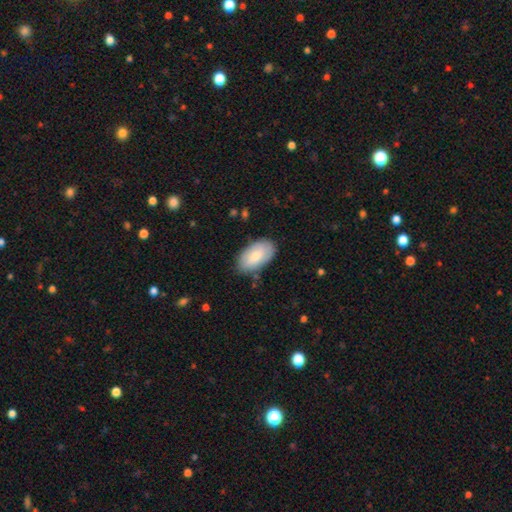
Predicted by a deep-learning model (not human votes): Smooth or featured? smooth (75%)
How rounded? in between (95%)
Merging? none (80%)